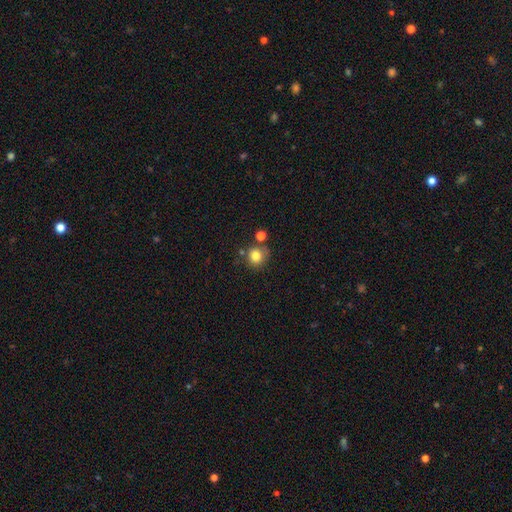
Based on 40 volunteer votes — A smooth galaxy with no disk features (88%) that is round (94%).

Vote fractions:
- Smooth or featured? smooth: 88% / star or artifact: 8% / featured or disk: 5%
- How rounded? round: 94% / in between: 6% / cigar-shaped: 0%
- Merging? none: 70% / minor disturbance: 16% / major disturbance: 8% / merger: 5%